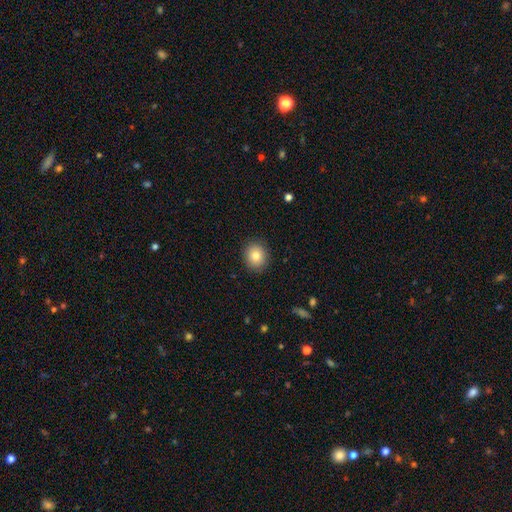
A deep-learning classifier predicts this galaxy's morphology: Smooth or featured?
  - smooth: 81% *
  - star or artifact: 9%
  - featured or disk: 9%
How rounded?
  - round: 75% *
  - in between: 24%
  - cigar-shaped: 1%
Merging?
  - none: 89% *
  - minor disturbance: 8%
  - major disturbance: 2%
  - merger: 1%